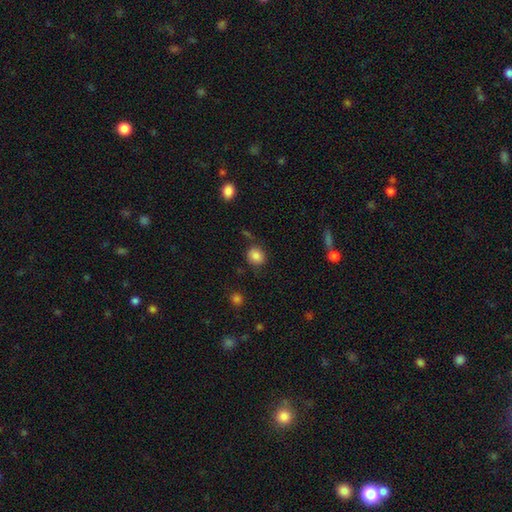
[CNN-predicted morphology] smooth 84%, star or artifact 10%, featured or disk 6%. Down the decision tree: how rounded — round (77%); merging — none (77%).